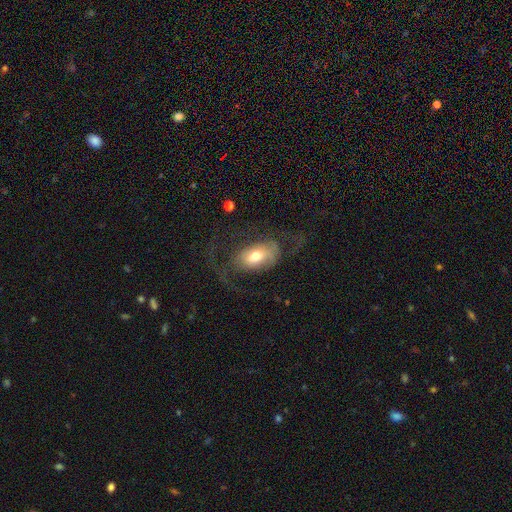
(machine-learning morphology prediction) Overall: featured or disk (54%; smooth 39%). Edge-on disk: no (93%). Bar: no (60%; weak 28%). Spiral arms: yes (72%). Bulge size: moderate (63%). Merging: none (44%; major disturbance 37%).